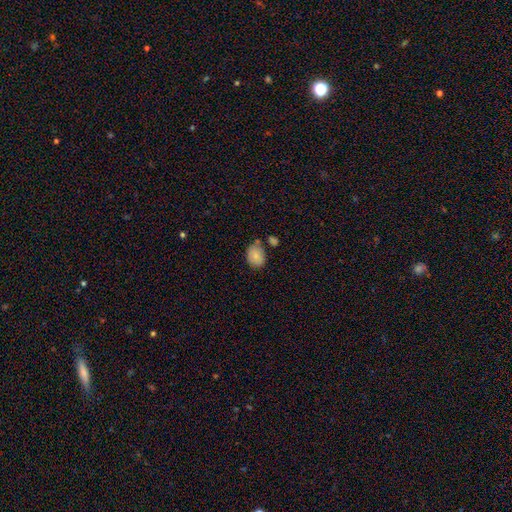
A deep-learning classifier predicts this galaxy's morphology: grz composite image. It shows a smooth galaxy with no disk features (81%) that is in between round and cigar-shaped (64%). Merging: none (59%).